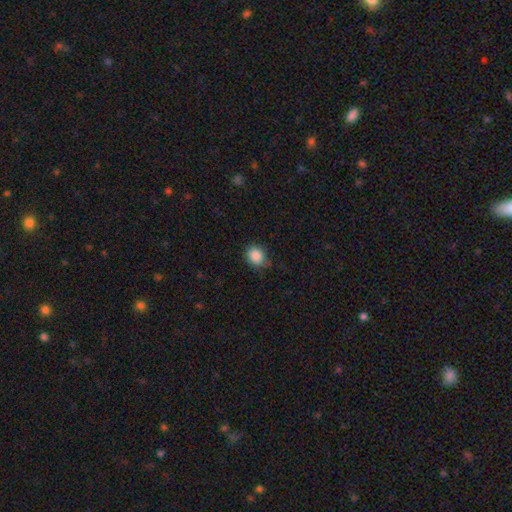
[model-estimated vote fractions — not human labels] A smooth galaxy with no disk features (87%) that is round (61%).

Vote fractions:
- Smooth or featured? smooth: 87% / star or artifact: 9% / featured or disk: 3%
- How rounded? round: 61% / in between: 38% / cigar-shaped: 1%
- Merging? none: 74% / minor disturbance: 20% / major disturbance: 4% / merger: 1%